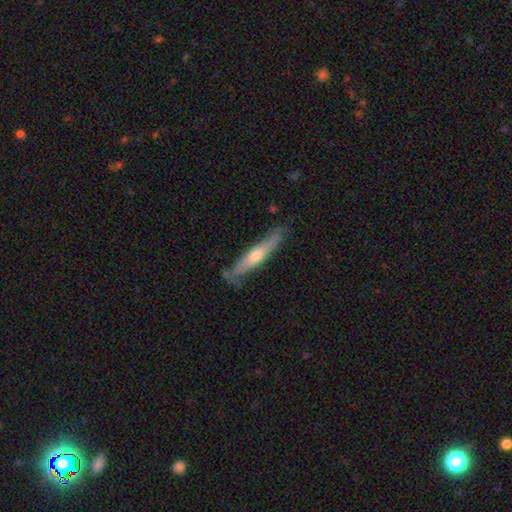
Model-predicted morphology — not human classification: Smooth or featured? Predicted: featured or disk (p=0.52). Edge-on disk? Predicted: yes (p=0.85). Merging? Predicted: none (p=0.73).